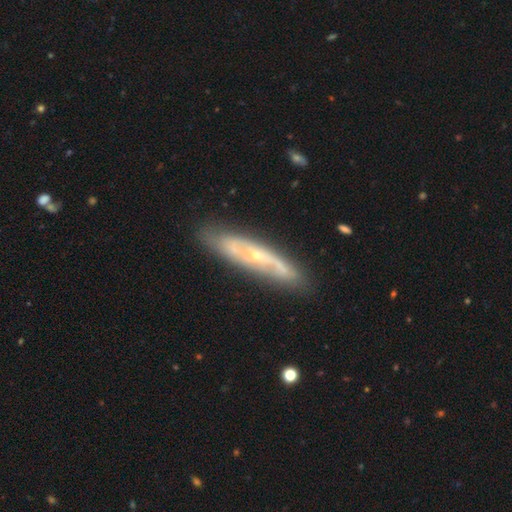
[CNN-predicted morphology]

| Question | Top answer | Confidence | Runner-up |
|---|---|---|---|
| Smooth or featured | featured or disk | 75% | smooth (18%) |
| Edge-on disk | no | 64% | yes (36%) |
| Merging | none | 78% | minor disturbance (15%) |